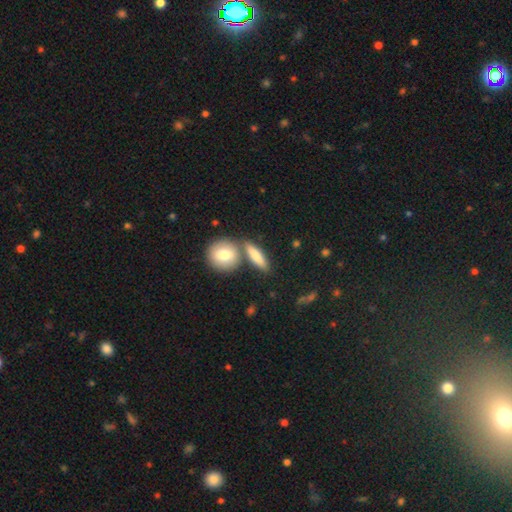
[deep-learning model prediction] Q: Smooth or featured?
A: smooth (77%); runner-up: featured or disk (17%)
Q: How rounded?
A: cigar-shaped (47%); runner-up: in between (40%)
Q: Merging?
A: none (61%); runner-up: merger (25%)